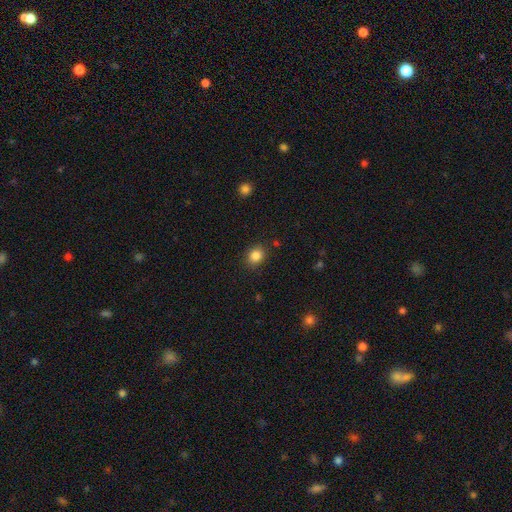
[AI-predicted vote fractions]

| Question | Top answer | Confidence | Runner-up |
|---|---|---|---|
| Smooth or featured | smooth | 85% | star or artifact (10%) |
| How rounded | round | 62% | in between (37%) |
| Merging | none | 87% | minor disturbance (9%) |